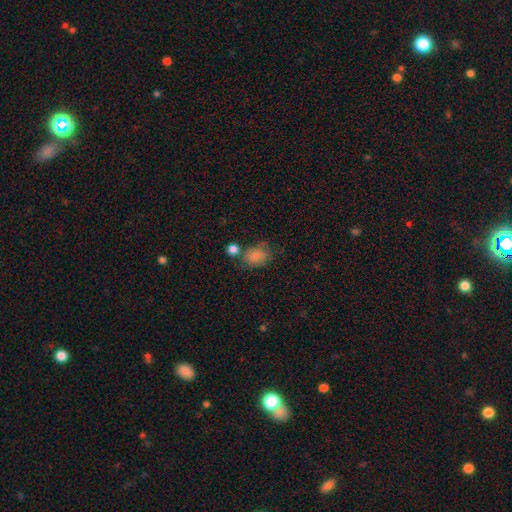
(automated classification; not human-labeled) Q: Smooth or featured?
A: smooth (83%); runner-up: star or artifact (10%)
Q: How rounded?
A: in between (59%); runner-up: round (40%)
Q: Merging?
A: none (59%); runner-up: minor disturbance (21%)